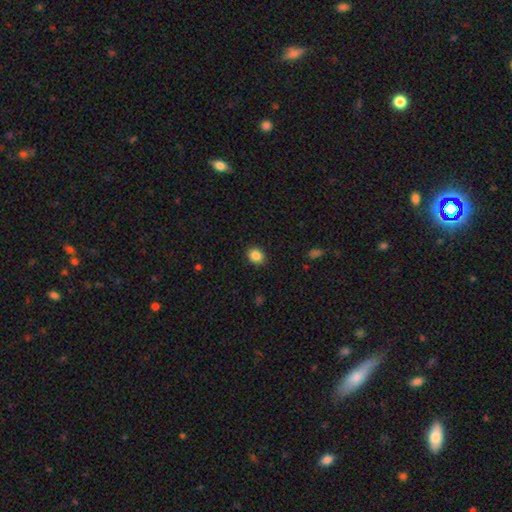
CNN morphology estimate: A smooth galaxy with no disk features (86%) that is round (55%). Merging: none (90%).